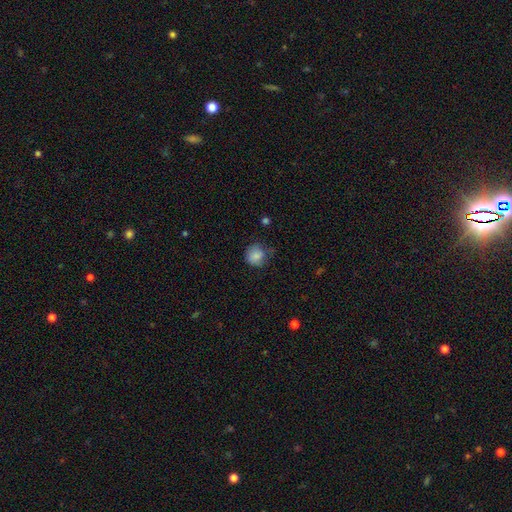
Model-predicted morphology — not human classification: The model was most divided on "merging": none: 64%, minor disturbance: 27%, major disturbance: 8%, merger: 2%. More confident: smooth or featured — smooth (84%); how rounded — round (82%).